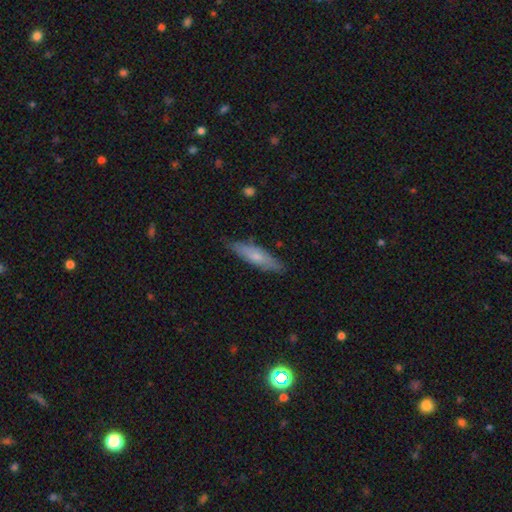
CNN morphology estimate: Smooth or featured? smooth (61%)
How rounded? cigar-shaped (69%)
Merging? none (81%)